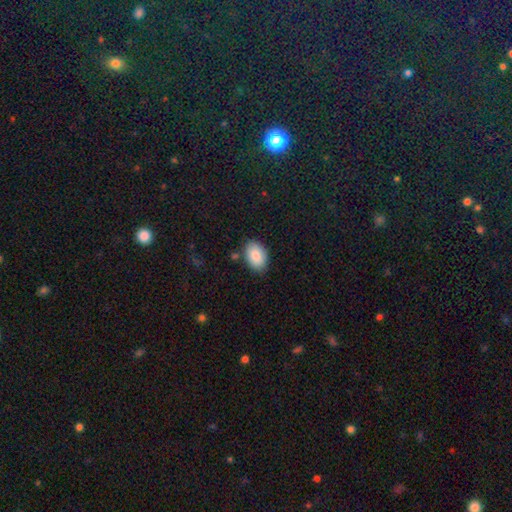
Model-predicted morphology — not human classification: smooth-or-featured: smooth: 87% | featured or disk: 7% | star or artifact: 6%
  how-rounded: in between: 88% | round: 11% | cigar-shaped: 1%
  merging: none: 81% | minor disturbance: 13% | merger: 3% | major disturbance: 3%